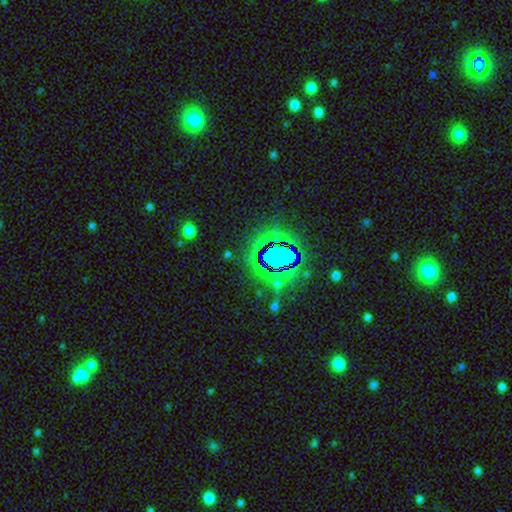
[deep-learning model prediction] A star or artifact, not a galaxy (82%).

Vote fractions:
- Smooth or featured? star or artifact: 82% / smooth: 10% / featured or disk: 8%